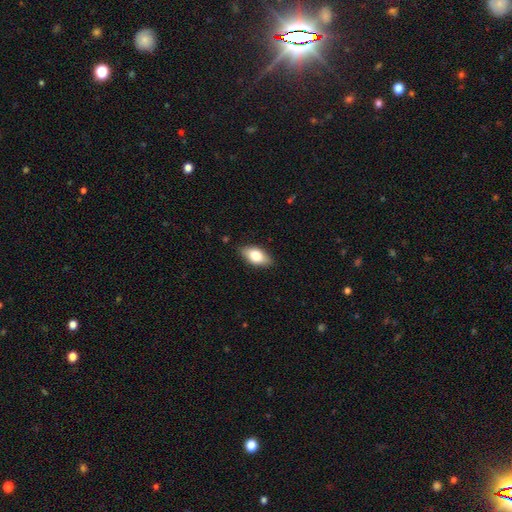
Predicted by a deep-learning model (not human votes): Morphology: type=smooth (74%); roundness=in between (89%); merging=none (85%).